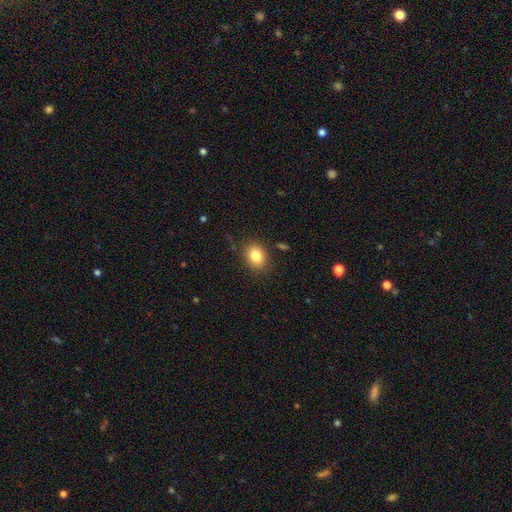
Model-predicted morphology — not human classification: Smooth or featured? Predicted: smooth (p=0.83). How rounded? Predicted: in between (p=0.51). Merging? Predicted: none (p=0.85).